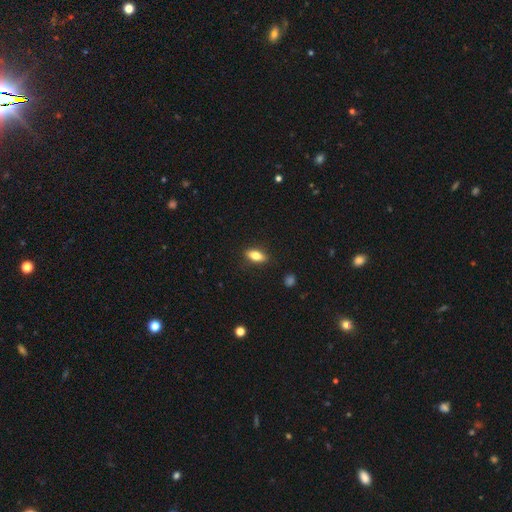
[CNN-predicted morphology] Q: Smooth or featured?
A: smooth (76%); runner-up: featured or disk (17%)
Q: How rounded?
A: in between (80%); runner-up: cigar-shaped (16%)
Q: Merging?
A: none (88%); runner-up: minor disturbance (9%)